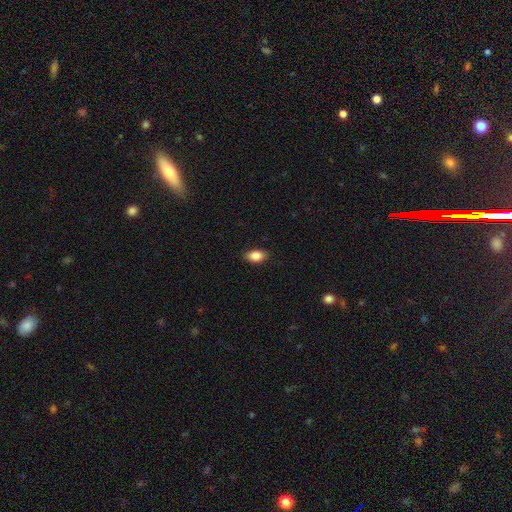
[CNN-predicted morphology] Smooth or featured? Predicted: smooth (p=0.86). How rounded? Predicted: in between (p=0.89). Merging? Predicted: none (p=0.86).